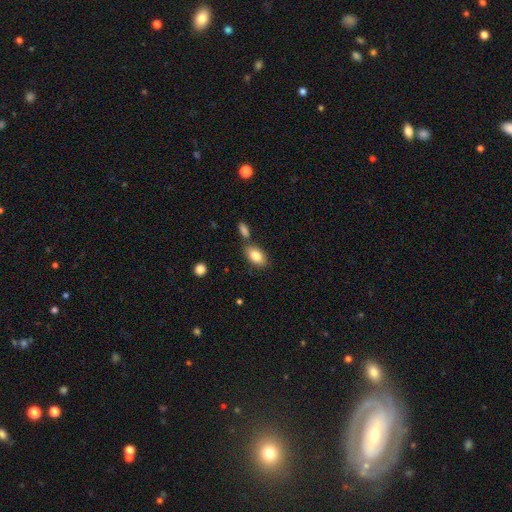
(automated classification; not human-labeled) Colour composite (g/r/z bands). It shows a smooth galaxy with no disk features (82%) that is in between round and cigar-shaped (91%). Merging: none (69%).